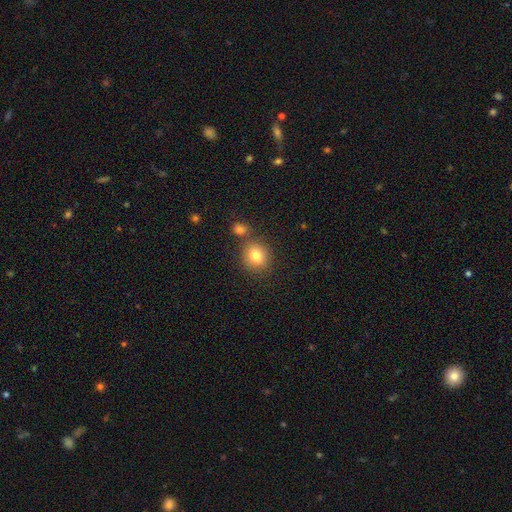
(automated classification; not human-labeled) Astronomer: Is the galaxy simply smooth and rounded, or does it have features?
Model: smooth — 81%.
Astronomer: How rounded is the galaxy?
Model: round — 80%.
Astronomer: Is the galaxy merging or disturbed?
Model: none — 71%.